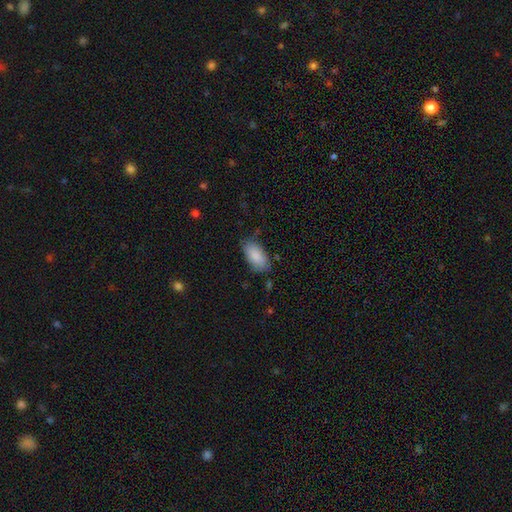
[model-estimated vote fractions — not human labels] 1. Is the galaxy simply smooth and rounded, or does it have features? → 87% smooth, 7% featured or disk, 6% star or artifact.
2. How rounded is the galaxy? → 93% in between, 5% cigar-shaped, 2% round.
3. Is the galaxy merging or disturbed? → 75% none, 19% minor disturbance, 4% major disturbance, 2% merger.